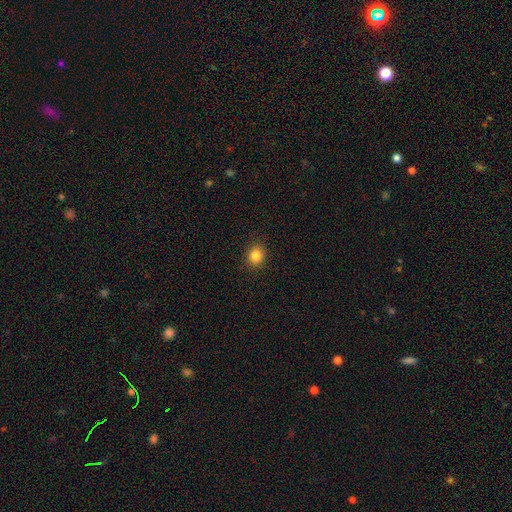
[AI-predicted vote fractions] The model was most divided on "how rounded": round: 71%, in between: 28%, cigar-shaped: 1%. More confident: merging — none (90%); smooth or featured — smooth (84%).